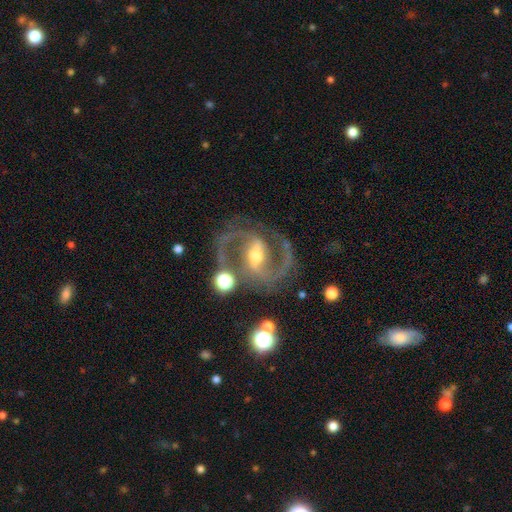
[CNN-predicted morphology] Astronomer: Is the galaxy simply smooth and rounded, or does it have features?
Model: featured or disk — 91%.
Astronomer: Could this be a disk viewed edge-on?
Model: no — 98%.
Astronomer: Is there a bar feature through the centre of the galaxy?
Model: strong — 53% (runner-up: weak, 35%).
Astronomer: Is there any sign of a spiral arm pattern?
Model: yes — 98%.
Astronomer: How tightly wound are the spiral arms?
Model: medium — 69%.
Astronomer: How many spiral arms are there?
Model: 2 — 93%.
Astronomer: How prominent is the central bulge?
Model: moderate — 59% (runner-up: small, 34%).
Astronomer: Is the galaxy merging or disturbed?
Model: none — 77%.